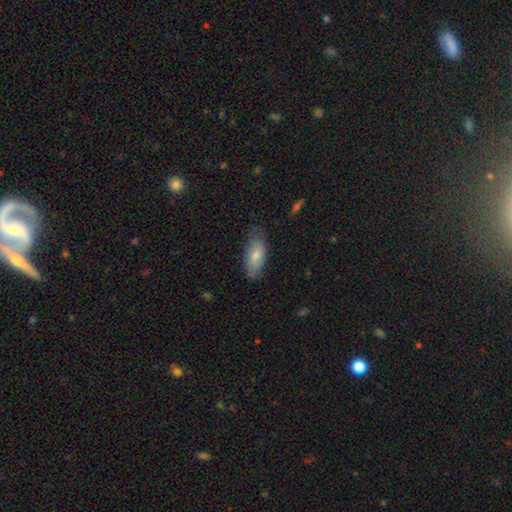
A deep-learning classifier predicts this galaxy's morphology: type=smooth (76%); roundness=in between (85%); merging=none (70%).